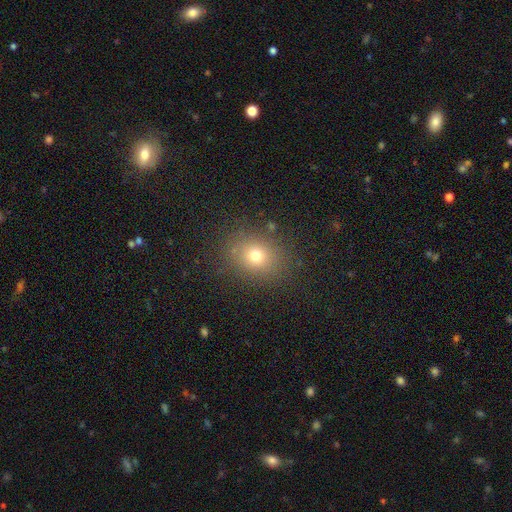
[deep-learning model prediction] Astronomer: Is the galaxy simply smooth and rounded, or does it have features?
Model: smooth — 72%.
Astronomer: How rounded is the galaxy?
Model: round — 60% (runner-up: in between, 39%).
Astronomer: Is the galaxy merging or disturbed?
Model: none — 85%.